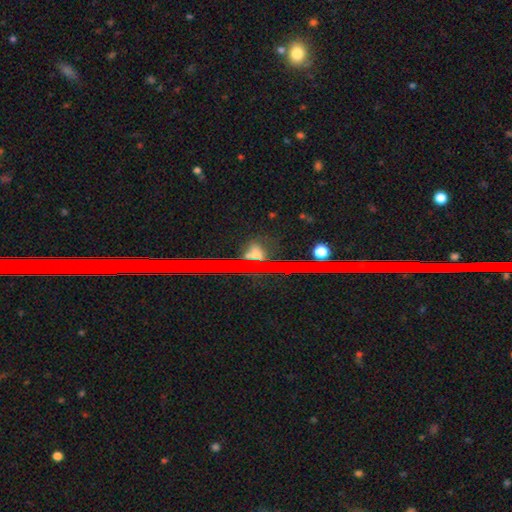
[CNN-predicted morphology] type=star or artifact (65%).